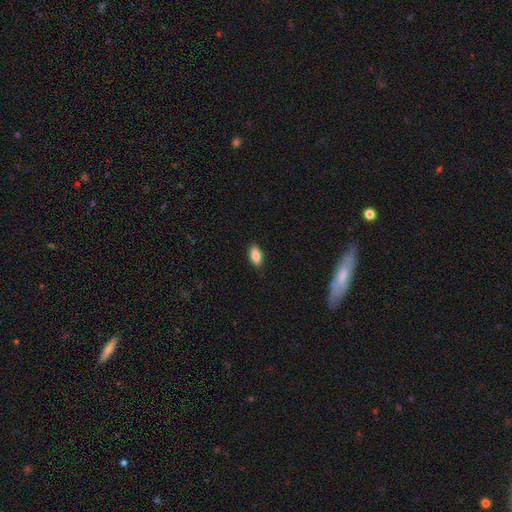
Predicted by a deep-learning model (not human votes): Overall: smooth (87%). How rounded: in between (86%). Merging: none (87%).